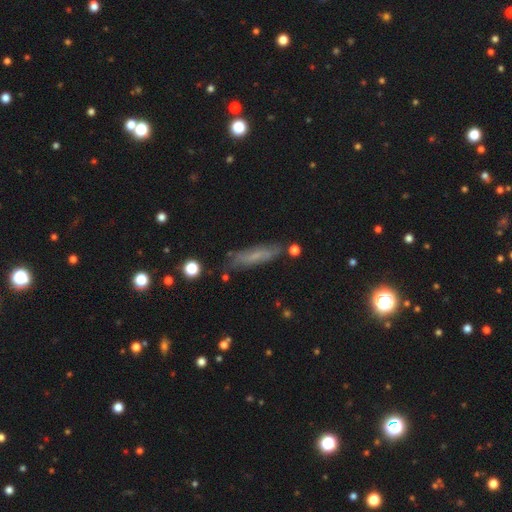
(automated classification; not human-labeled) Smooth or featured?
  - smooth: 53% *
  - featured or disk: 35%
  - star or artifact: 12%
How rounded?
  - cigar-shaped: 77% *
  - in between: 20%
  - round: 3%
Merging?
  - none: 77% *
  - minor disturbance: 15%
  - major disturbance: 4%
  - merger: 4%